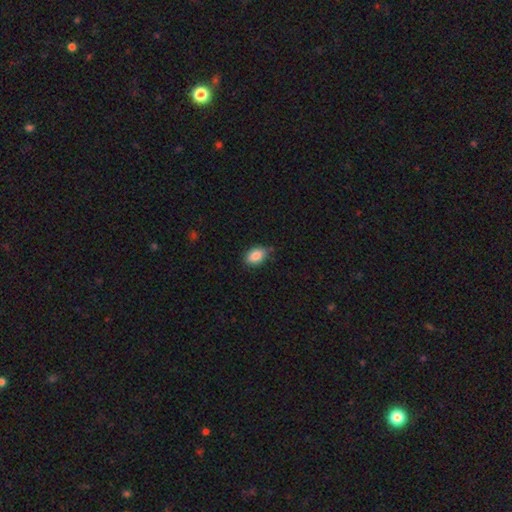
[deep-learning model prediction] smooth 87%, star or artifact 8%, featured or disk 5%. Down the decision tree: how rounded — in between (85%); merging — none (75%).